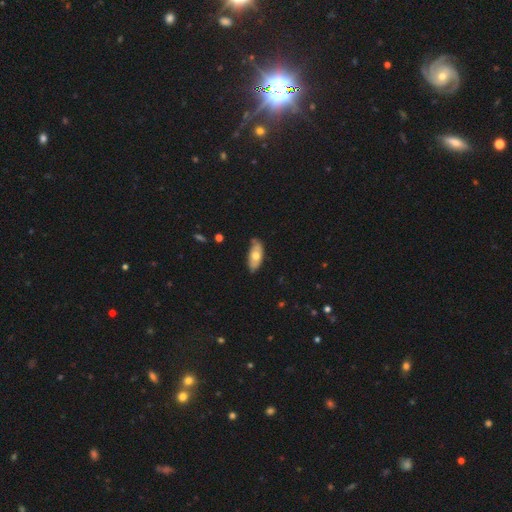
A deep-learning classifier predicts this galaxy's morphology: This appears to be a smooth galaxy with no disk features (56%) that is in between round and cigar-shaped (86%). Merging: none (70%).